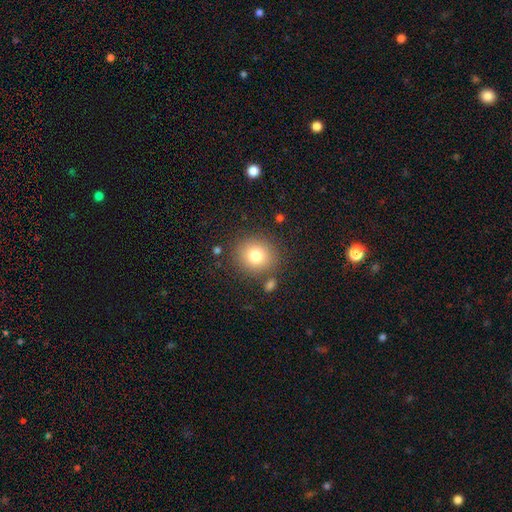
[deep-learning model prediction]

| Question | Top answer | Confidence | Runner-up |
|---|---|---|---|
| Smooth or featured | smooth | 80% | star or artifact (11%) |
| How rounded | round | 87% | in between (12%) |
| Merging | none | 83% | minor disturbance (9%) |